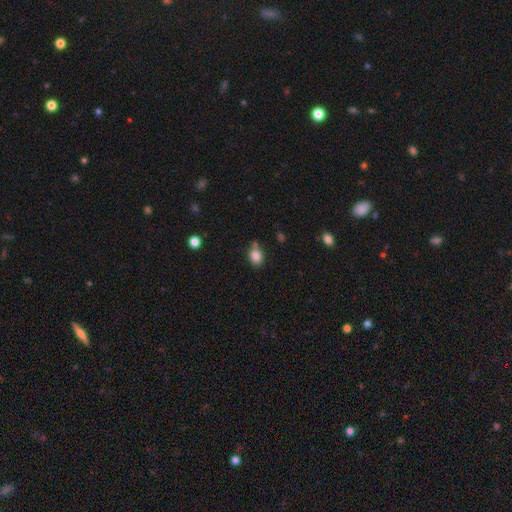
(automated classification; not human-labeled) Smooth or featured?
  - smooth: 83% *
  - star or artifact: 10%
  - featured or disk: 7%
How rounded?
  - in between: 55% *
  - round: 44%
  - cigar-shaped: 1%
Merging?
  - none: 68% *
  - minor disturbance: 18%
  - merger: 10%
  - major disturbance: 4%